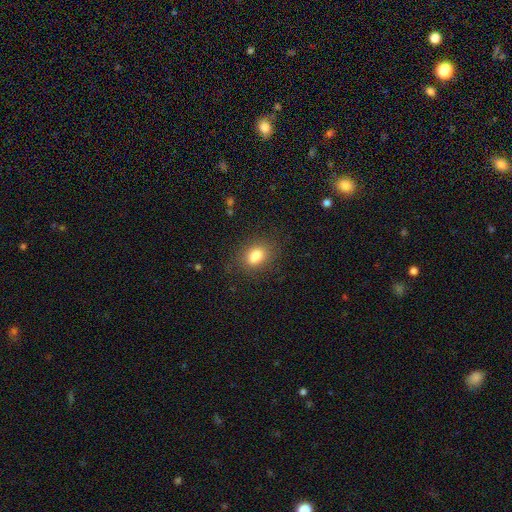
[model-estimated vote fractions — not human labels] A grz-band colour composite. It shows a smooth galaxy with no disk features (81%) that is in between round and cigar-shaped (75%). Merging: none (76%).